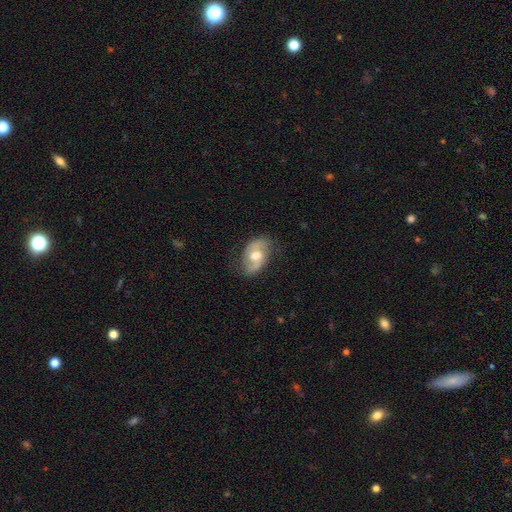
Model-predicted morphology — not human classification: This is likely a featured or disk galaxy (70%). It is clearly not viewed edge-on (95%). Bar: possibly no (47%). Spiral arm pattern: clearly yes (83%). Spiral arm count: clearly 2 (84%). Spiral winding: possibly medium (47%). Central bulge: likely moderate (62%). Merging: likely none (71%).